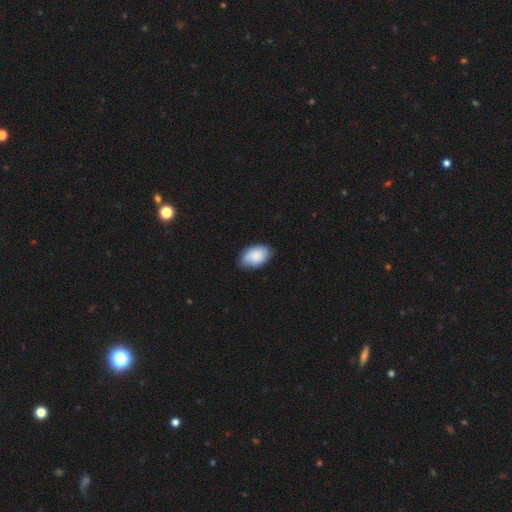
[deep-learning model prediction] Smooth or featured? smooth (77%)
How rounded? in between (91%)
Merging? none (76%)